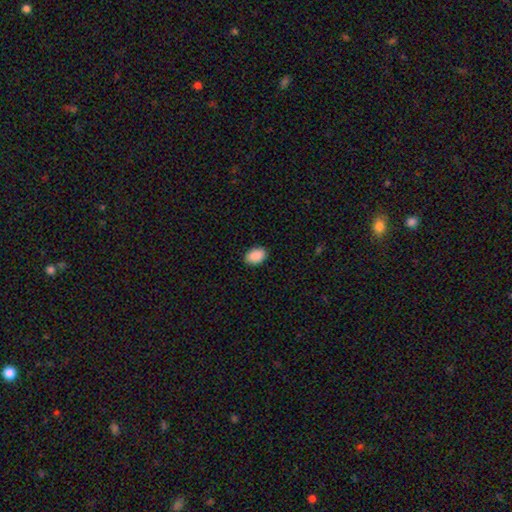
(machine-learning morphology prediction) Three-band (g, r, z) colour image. It shows a smooth galaxy with no disk features (91%) that is in between round and cigar-shaped (85%). Merging: none (89%).